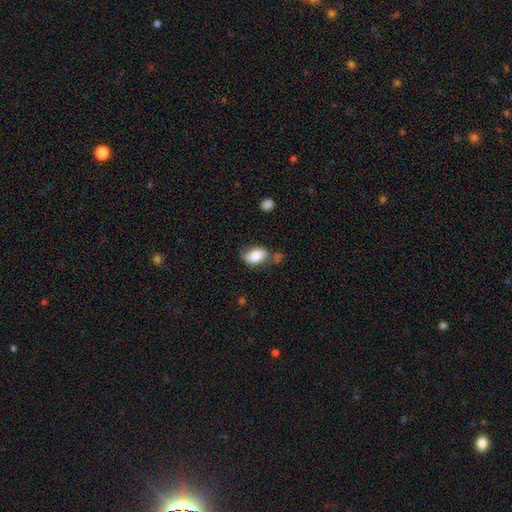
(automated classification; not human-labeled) Q: Smooth or featured?
A: smooth (78%); runner-up: featured or disk (15%)
Q: How rounded?
A: in between (91%); runner-up: round (7%)
Q: Merging?
A: none (48%); runner-up: minor disturbance (29%)